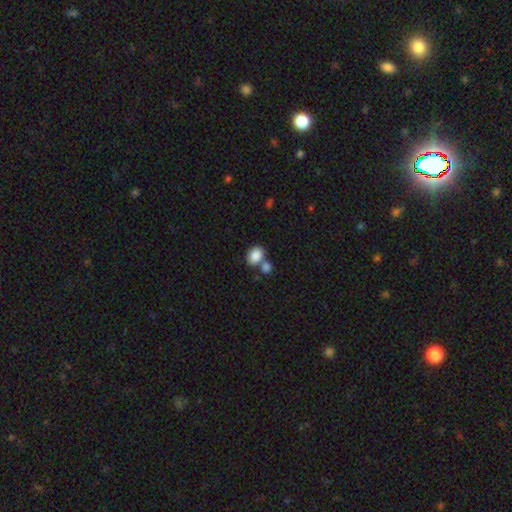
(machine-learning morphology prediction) smooth-or-featured: smooth: 86% | star or artifact: 8% | featured or disk: 6%
  how-rounded: in between: 63% | round: 36% | cigar-shaped: 1%
  merging: none: 49% | merger: 36% | minor disturbance: 11% | major disturbance: 4%